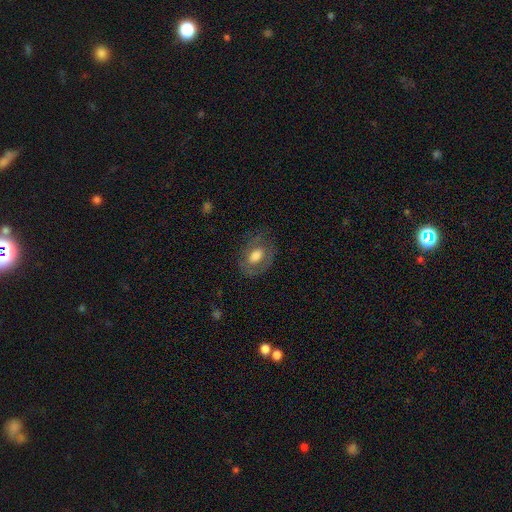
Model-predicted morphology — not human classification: Q: Smooth or featured?
A: smooth (56%); runner-up: featured or disk (36%)
Q: How rounded?
A: in between (78%); runner-up: round (20%)
Q: Merging?
A: none (70%); runner-up: minor disturbance (18%)